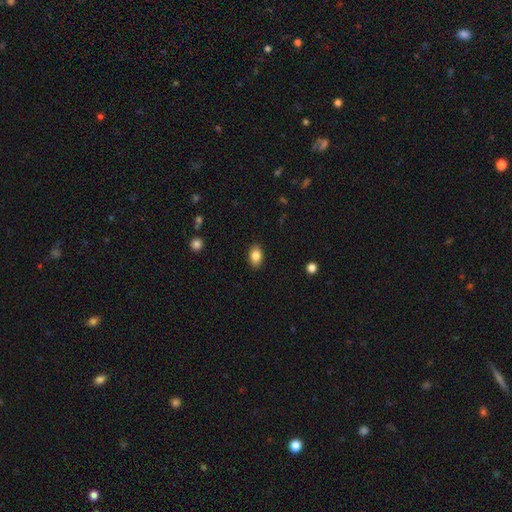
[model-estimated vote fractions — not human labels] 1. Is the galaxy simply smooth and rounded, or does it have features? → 85% smooth, 8% star or artifact, 7% featured or disk.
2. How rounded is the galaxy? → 84% in between, 15% round, 1% cigar-shaped.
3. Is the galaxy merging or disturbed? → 88% none, 9% minor disturbance, 2% major disturbance, 1% merger.